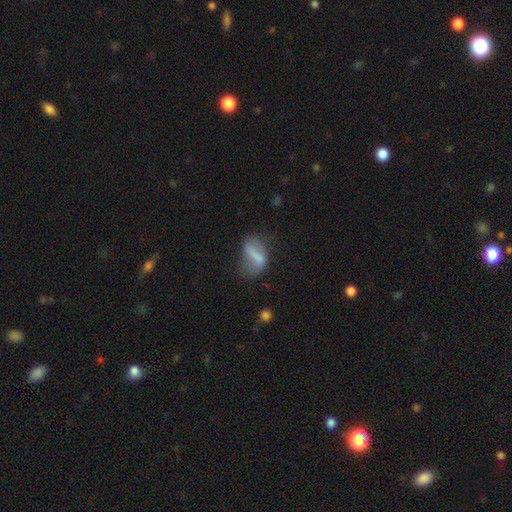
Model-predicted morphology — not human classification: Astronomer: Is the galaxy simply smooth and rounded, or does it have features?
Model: smooth — 46% (runner-up: featured or disk, 44%).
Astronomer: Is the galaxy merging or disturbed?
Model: none — 47% (runner-up: minor disturbance, 26%).